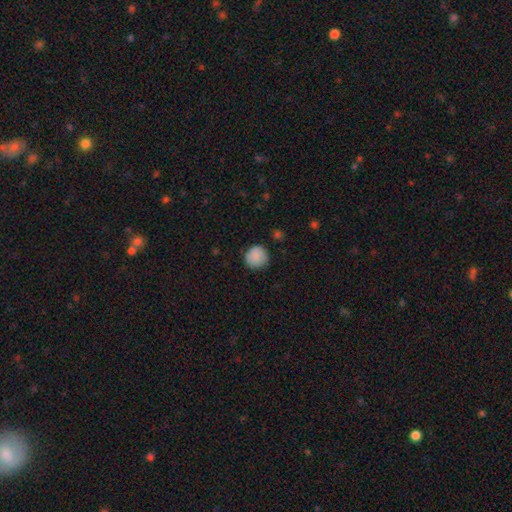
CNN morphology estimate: A smooth galaxy with no disk features (88%) that is round (92%). Merging: none (84%).